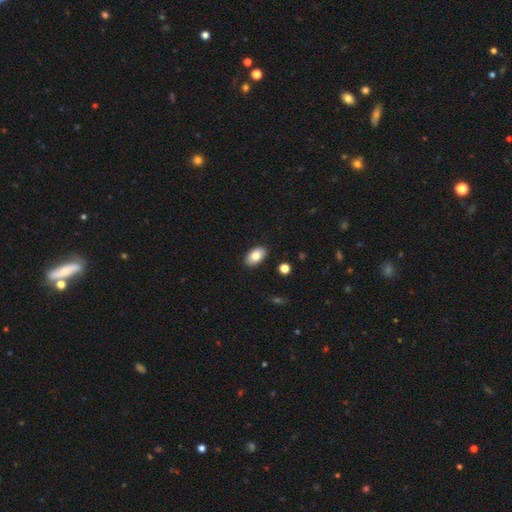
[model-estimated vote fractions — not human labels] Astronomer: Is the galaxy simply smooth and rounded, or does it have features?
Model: smooth — 80%.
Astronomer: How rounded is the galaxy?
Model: in between — 93%.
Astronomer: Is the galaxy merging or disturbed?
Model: none — 89%.